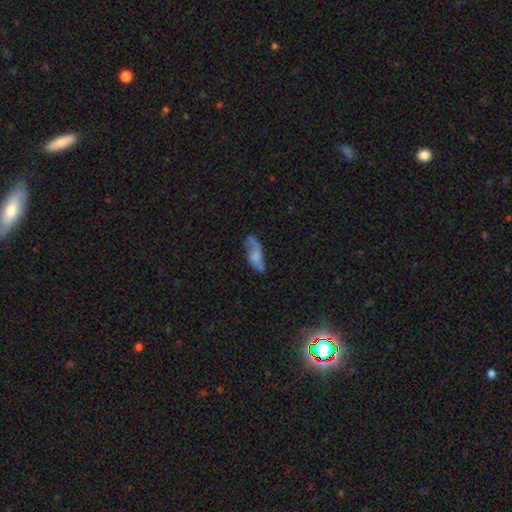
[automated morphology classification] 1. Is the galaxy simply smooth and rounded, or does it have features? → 47% smooth, 43% featured or disk, 10% star or artifact.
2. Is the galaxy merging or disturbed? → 43% none, 26% minor disturbance, 21% major disturbance, 10% merger.